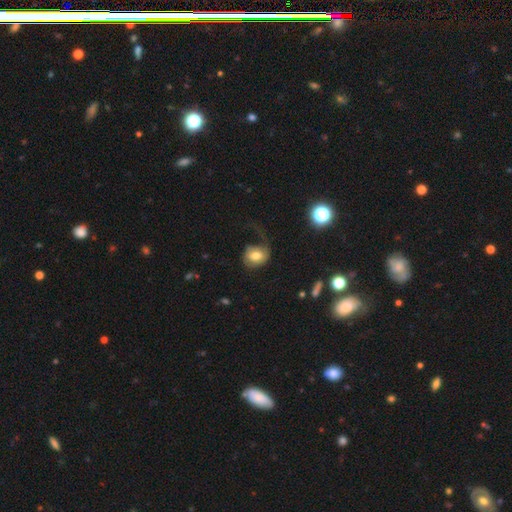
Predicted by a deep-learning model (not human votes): The model was most divided on "how rounded": round: 50%, in between: 49%, cigar-shaped: 1%. Remaining: smooth or featured — smooth (64%); merging — none (40%).